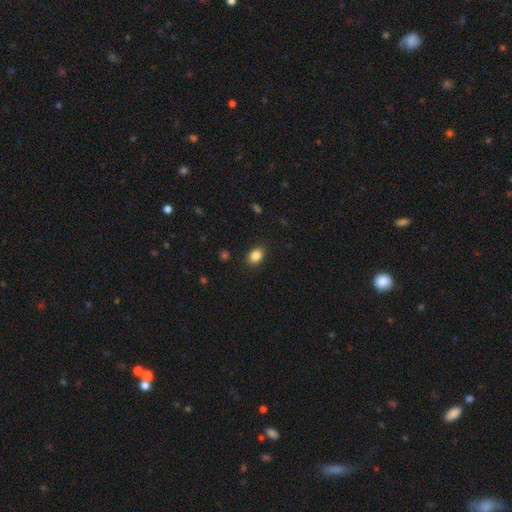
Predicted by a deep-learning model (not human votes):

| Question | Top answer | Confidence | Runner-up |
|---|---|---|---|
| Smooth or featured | smooth | 85% | star or artifact (9%) |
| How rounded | in between | 76% | round (23%) |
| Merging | none | 87% | minor disturbance (9%) |